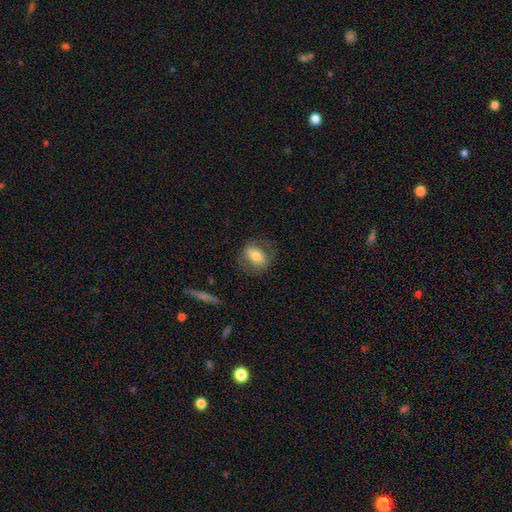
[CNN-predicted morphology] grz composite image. It shows a smooth galaxy with no disk features (66%) that is in between round and cigar-shaped (67%). Merging: none (74%).